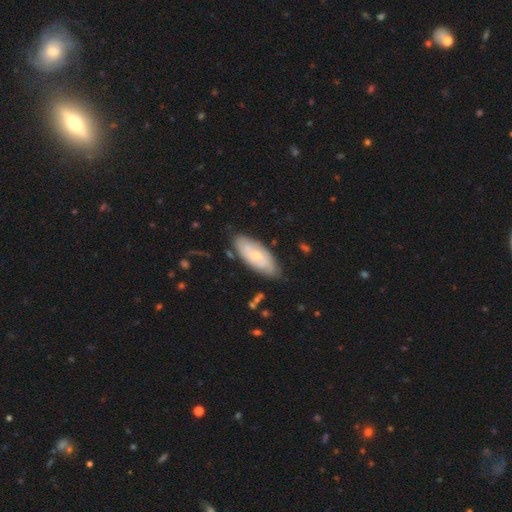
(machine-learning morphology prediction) This appears to be a featured or disk galaxy (57%) with no bar (71%), spiral arms (80%) and a moderate central bulge (51%). Merging: none (76%).